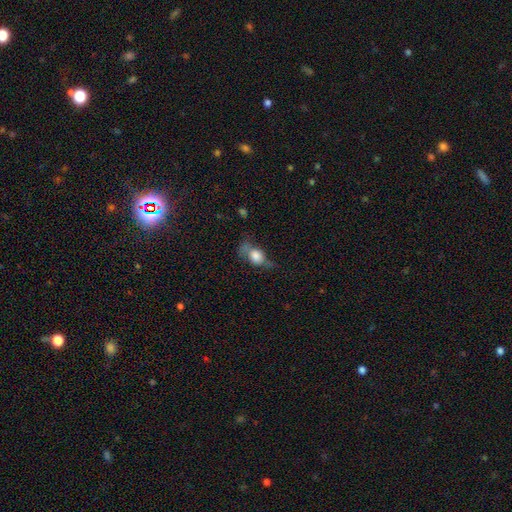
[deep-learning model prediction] Smooth or featured: smooth — 63% (featured or disk — 27%)
How rounded: in between — 58% (round — 37%)
Merging: none — 35% (major disturbance — 32%)